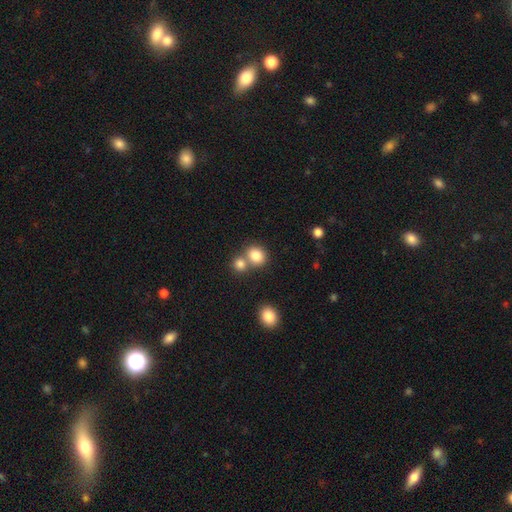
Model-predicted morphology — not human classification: type=smooth (82%); roundness=round (71%); merging=none (51%).